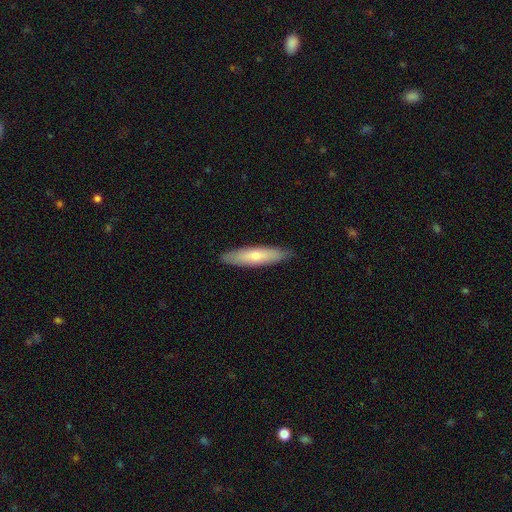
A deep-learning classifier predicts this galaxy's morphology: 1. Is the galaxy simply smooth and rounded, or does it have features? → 62% smooth, 32% featured or disk, 5% star or artifact.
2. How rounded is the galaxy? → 74% cigar-shaped, 24% in between, 2% round.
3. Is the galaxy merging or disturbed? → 87% none, 10% minor disturbance, 2% major disturbance, 1% merger.